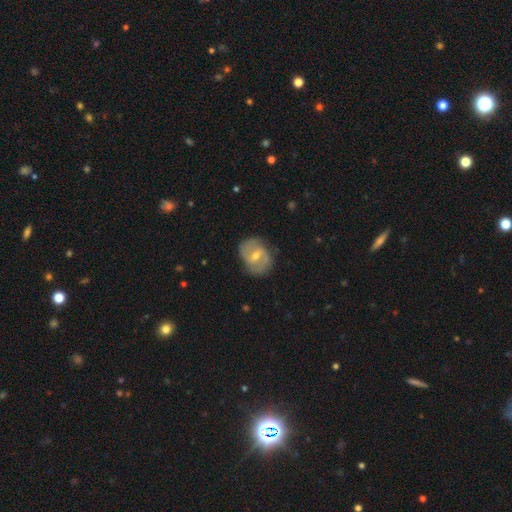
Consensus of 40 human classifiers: Smooth or featured: featured or disk — 88% (smooth — 10%)
Edge-on disk: no — 97% (yes — 3%)
Bar: weak — 65% (strong — 35%)
Spiral arms: yes — 91% (no — 9%)
Spiral winding: medium — 84% (tight — 10%)
Spiral arm count: 2 — 97% (4 — 3%)
Bulge size: moderate — 53% (small — 44%)
Merging: none — 82% (major disturbance — 10%)